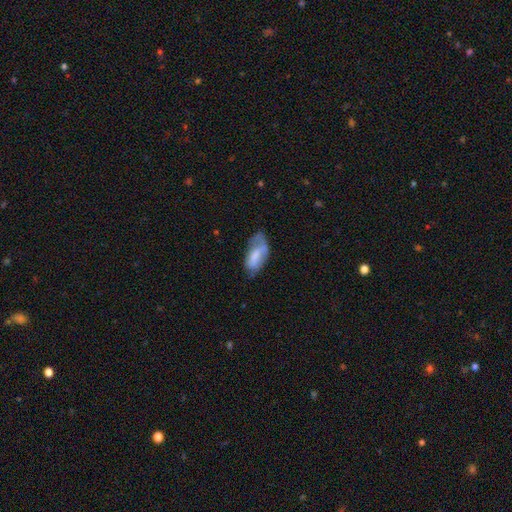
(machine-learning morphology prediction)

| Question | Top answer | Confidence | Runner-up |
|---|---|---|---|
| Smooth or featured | smooth | 62% | featured or disk (30%) |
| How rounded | in between | 89% | cigar-shaped (9%) |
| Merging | none | 38% | minor disturbance (36%) |